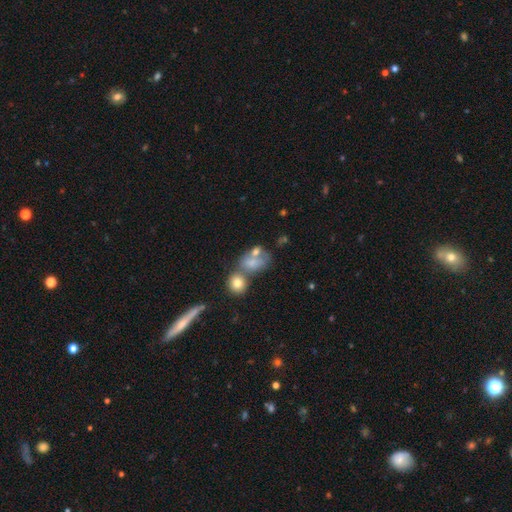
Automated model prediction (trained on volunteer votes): Smooth or featured: smooth — 62% (featured or disk — 26%)
How rounded: in between — 69% (round — 30%)
Merging: merger — 48% (none — 24%)